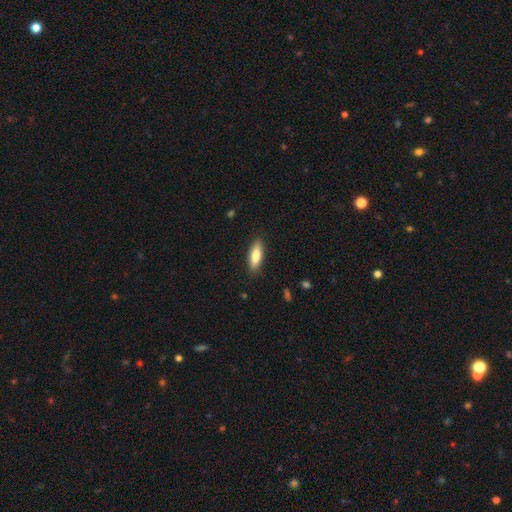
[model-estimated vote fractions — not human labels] Q: Smooth or featured?
A: smooth (81%); runner-up: featured or disk (13%)
Q: How rounded?
A: in between (55%); runner-up: cigar-shaped (43%)
Q: Merging?
A: none (86%); runner-up: minor disturbance (10%)